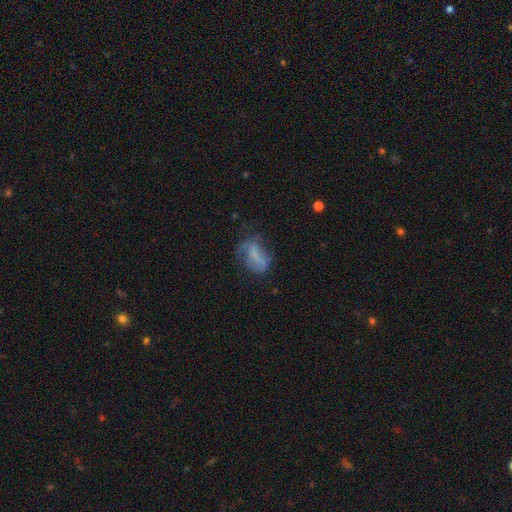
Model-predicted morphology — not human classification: type=smooth (46%); merging=none (40%).